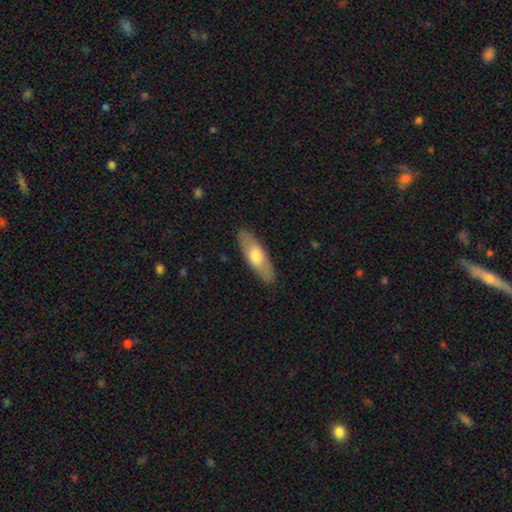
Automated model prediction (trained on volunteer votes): A smooth galaxy with no disk features (64%) that is in between round and cigar-shaped (59%).

Vote fractions:
- Smooth or featured? smooth: 64% / featured or disk: 31% / star or artifact: 5%
- How rounded? in between: 59% / cigar-shaped: 39% / round: 2%
- Merging? none: 87% / minor disturbance: 10% / major disturbance: 2% / merger: 1%